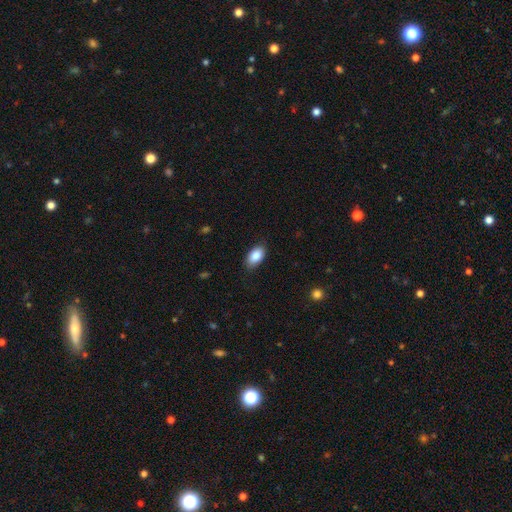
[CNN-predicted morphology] Smooth or featured: smooth — 85% (featured or disk — 8%)
How rounded: in between — 93% (round — 5%)
Merging: none — 85% (minor disturbance — 11%)